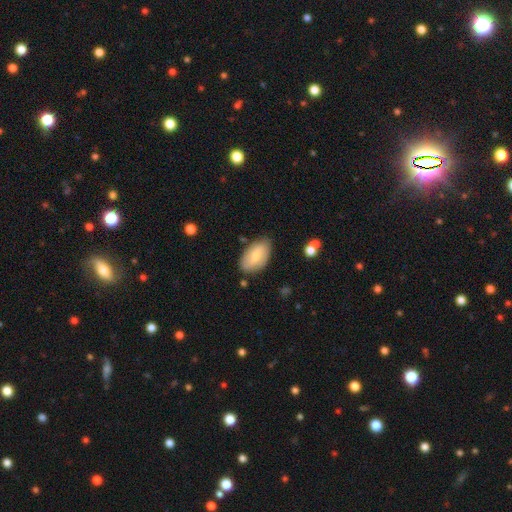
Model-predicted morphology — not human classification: This is likely a smooth galaxy (63%). How rounded: clearly in between (94%). Merging: likely none (75%).